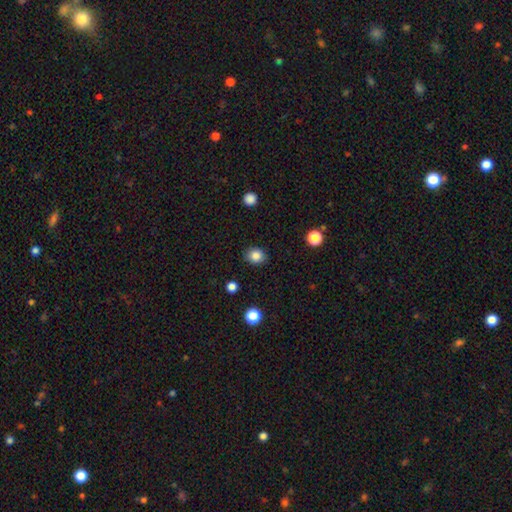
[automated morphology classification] smooth 85%, star or artifact 10%, featured or disk 4%. Down the decision tree: how rounded — round (64%); merging — none (87%).